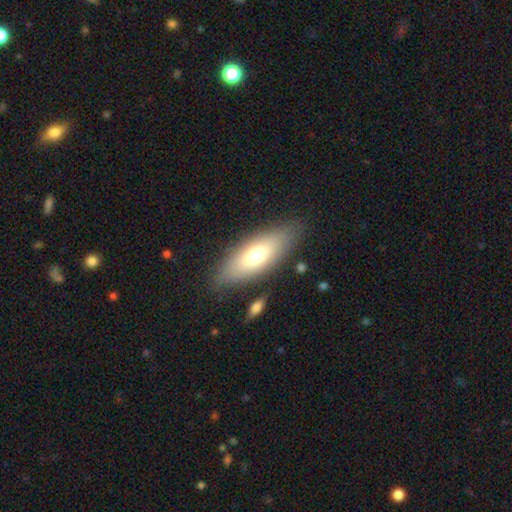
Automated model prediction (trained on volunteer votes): A smooth galaxy with no disk features (68%) that is in between round and cigar-shaped (71%). Merging: none (82%).